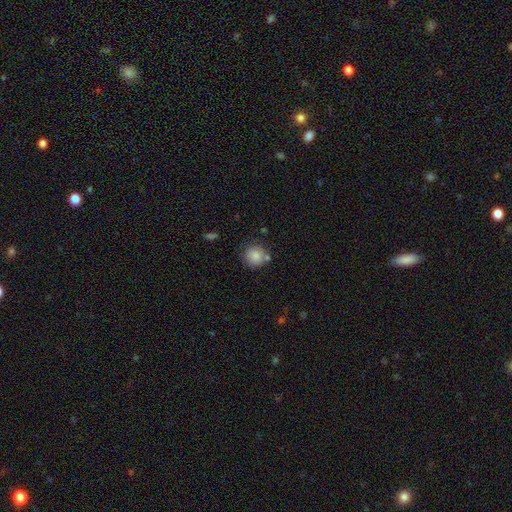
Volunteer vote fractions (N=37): Q: Smooth or featured?
A: smooth (92%); runner-up: featured or disk (5%)
Q: How rounded?
A: round (94%); runner-up: in between (6%)
Q: Merging?
A: none (61%); runner-up: minor disturbance (22%)